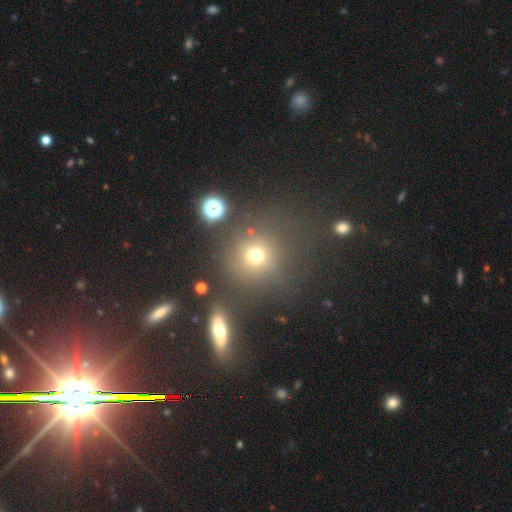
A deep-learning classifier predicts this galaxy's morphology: The model was most divided on "smooth or featured": smooth: 71%, star or artifact: 20%, featured or disk: 9%. More confident: how rounded — round (90%); merging — none (73%).